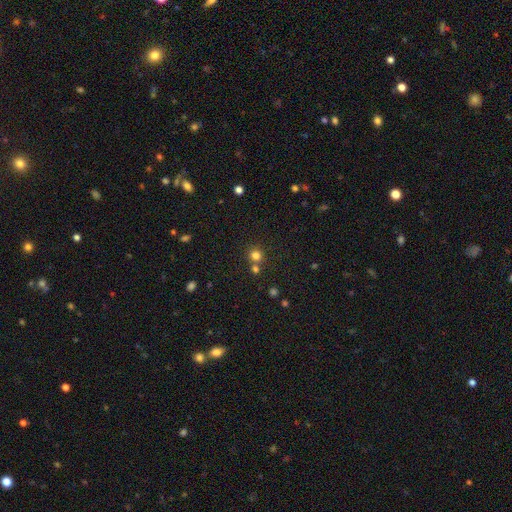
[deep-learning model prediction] A smooth galaxy with no disk features (78%) that is round (91%).

Vote fractions:
- Smooth or featured? smooth: 78% / star or artifact: 16% / featured or disk: 6%
- How rounded? round: 91% / in between: 8% / cigar-shaped: 1%
- Merging? none: 67% / merger: 23% / minor disturbance: 7% / major disturbance: 3%